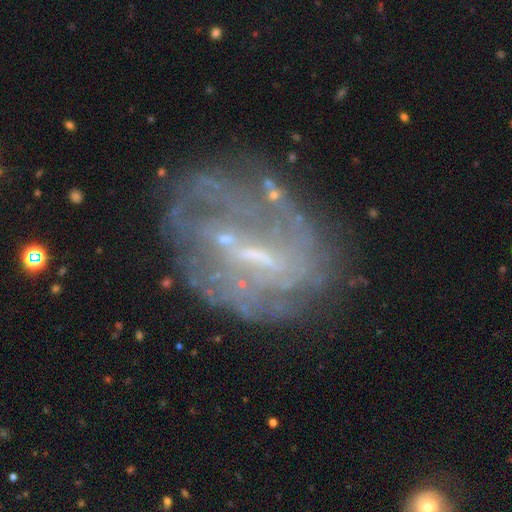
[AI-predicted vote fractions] This appears to be a featured or disk galaxy (75%) with a weak bar (43%), spiral arms (54%) and a small central bulge (50%). Merging: none (56%).